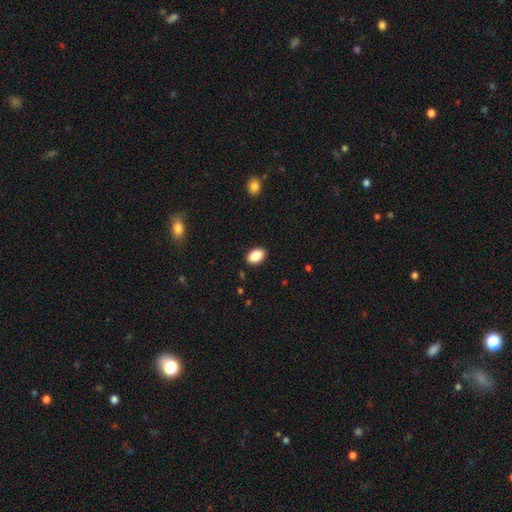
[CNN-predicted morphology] Overall: smooth (87%). How rounded: in between (89%). Merging: none (89%).